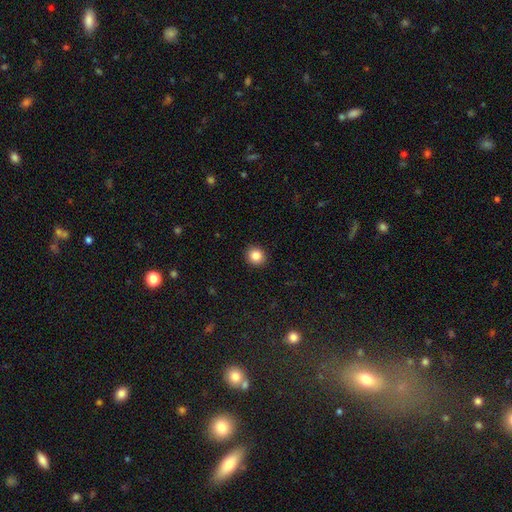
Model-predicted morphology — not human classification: Smooth or featured? smooth (85%)
How rounded? round (88%)
Merging? none (92%)